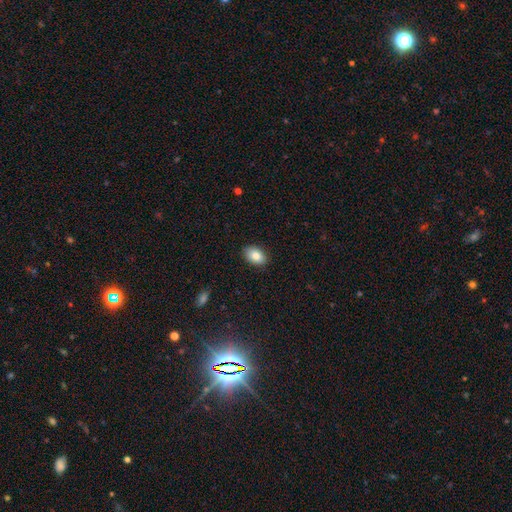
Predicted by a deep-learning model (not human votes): This appears to be a smooth galaxy with no disk features (85%) that is in between round and cigar-shaped (87%). Merging: none (88%).